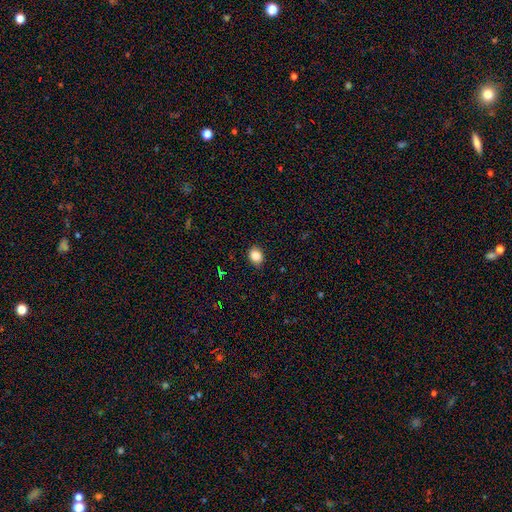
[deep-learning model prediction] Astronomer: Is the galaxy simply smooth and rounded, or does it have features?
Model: smooth — 85%.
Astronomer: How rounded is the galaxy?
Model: in between — 57% (runner-up: round, 42%).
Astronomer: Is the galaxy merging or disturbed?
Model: none — 87%.